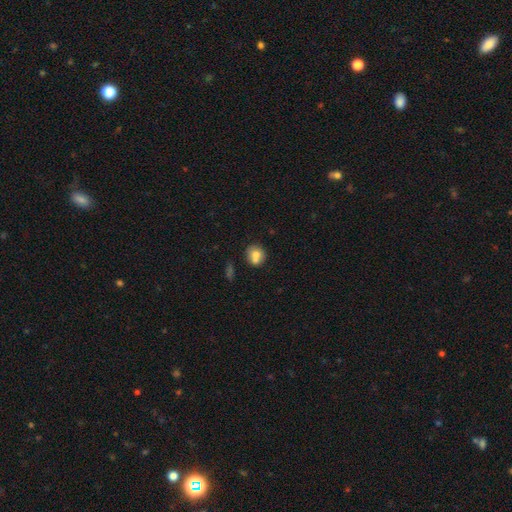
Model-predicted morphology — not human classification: The model was most divided on "merging": none: 50%, merger: 33%, minor disturbance: 13%, major disturbance: 4%. More confident: how rounded — round (77%); smooth or featured — smooth (71%).